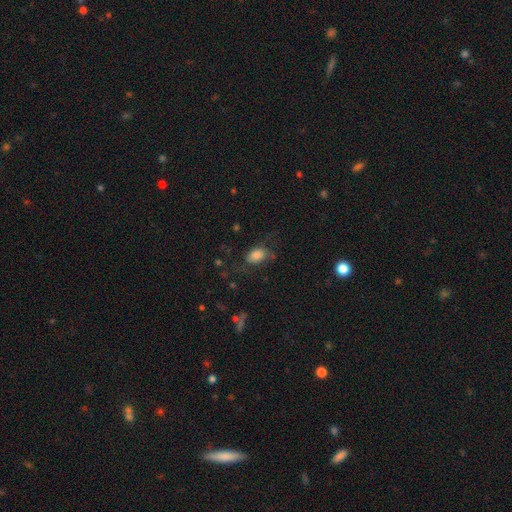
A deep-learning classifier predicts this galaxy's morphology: type=smooth (71%); roundness=in between (85%); merging=none (52%).